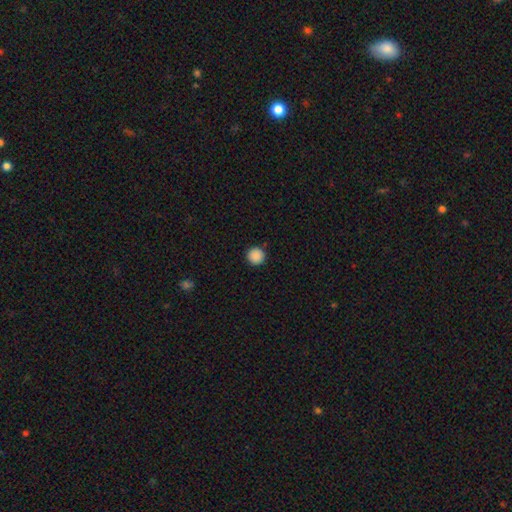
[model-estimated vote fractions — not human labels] smooth_or_featured: smooth (p=0.89) [alt: star or artifact p=0.09]
how_rounded: round (p=0.96) [alt: in between p=0.03]
merging: none (p=0.92) [alt: minor disturbance p=0.05]